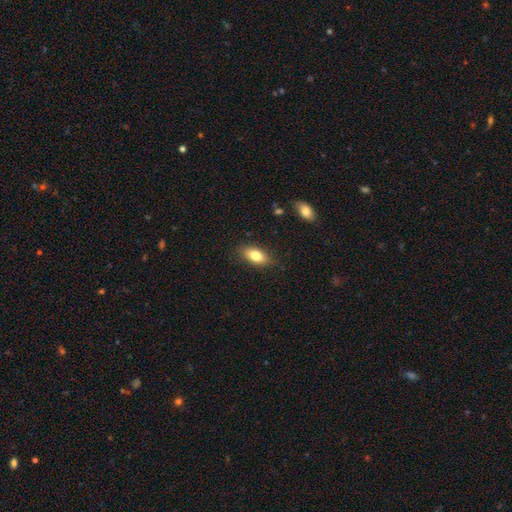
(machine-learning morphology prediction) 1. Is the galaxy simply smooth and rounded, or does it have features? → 78% smooth, 15% featured or disk, 8% star or artifact.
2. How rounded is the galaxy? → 86% in between, 9% cigar-shaped, 6% round.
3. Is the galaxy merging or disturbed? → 85% none, 12% minor disturbance, 3% major disturbance, 1% merger.